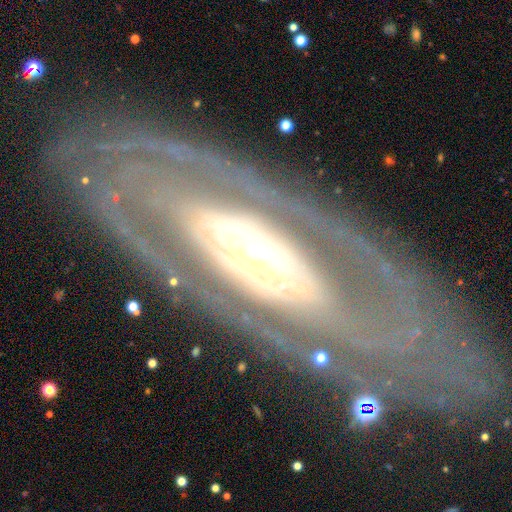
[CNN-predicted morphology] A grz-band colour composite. It shows a featured or disk galaxy (84%) with no bar (64%), tight (69%) spiral arms (73%) and a moderate central bulge (43%). Merging: none (79%).